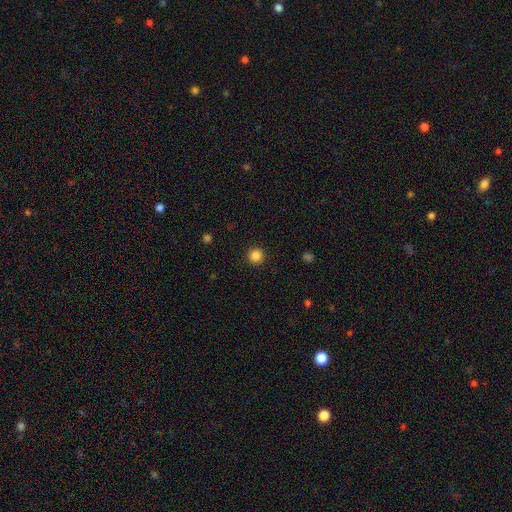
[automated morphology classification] Smooth or featured? Predicted: smooth (p=0.86). How rounded? Predicted: round (p=0.96). Merging? Predicted: none (p=0.93).